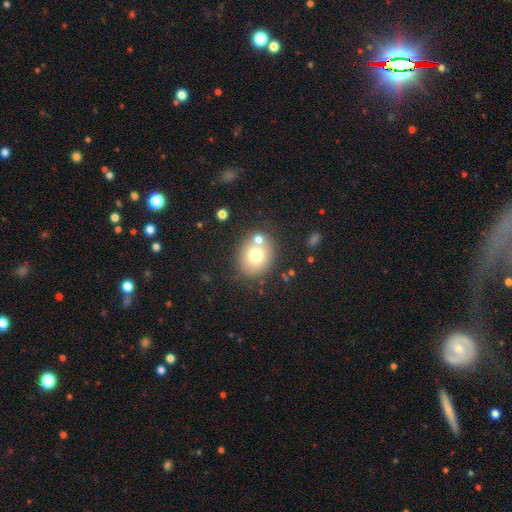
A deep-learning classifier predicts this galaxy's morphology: Q: Smooth or featured?
A: smooth (70%); runner-up: star or artifact (15%)
Q: How rounded?
A: round (73%); runner-up: in between (26%)
Q: Merging?
A: none (64%); runner-up: merger (23%)